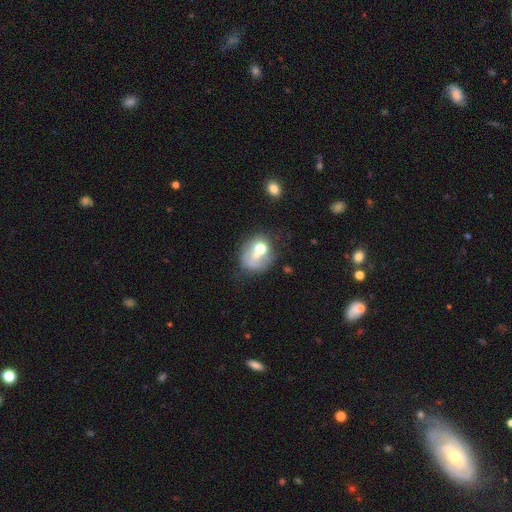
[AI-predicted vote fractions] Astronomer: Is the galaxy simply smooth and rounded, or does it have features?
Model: smooth — 51% (runner-up: featured or disk, 36%).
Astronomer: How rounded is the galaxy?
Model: round — 60% (runner-up: in between, 39%).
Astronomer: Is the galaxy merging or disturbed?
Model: merger — 35% (runner-up: none, 32%).